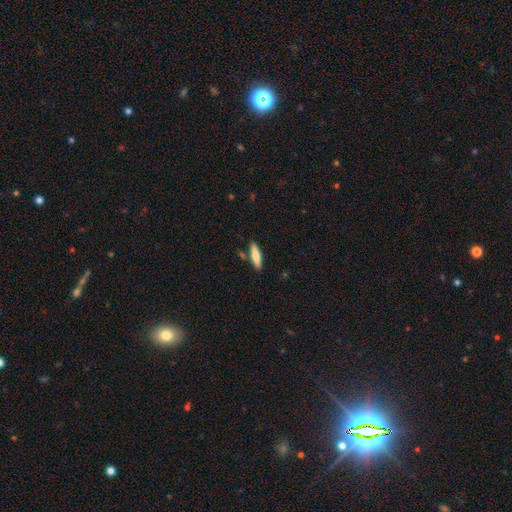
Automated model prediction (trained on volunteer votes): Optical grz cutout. It shows a smooth galaxy with no disk features (79%) that is cigar-shaped (75%). Merging: none (82%).